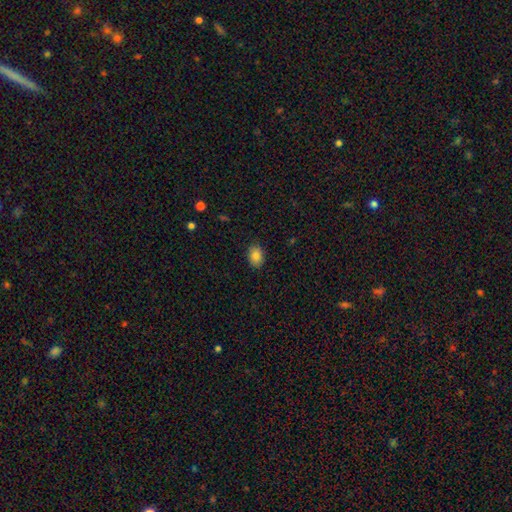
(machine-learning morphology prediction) type=smooth (84%); roundness=in between (75%); merging=none (87%).